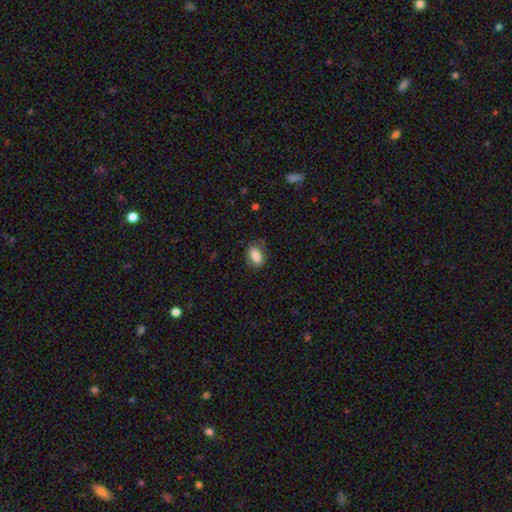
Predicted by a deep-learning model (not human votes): Smooth or featured: smooth — 82% (featured or disk — 10%)
How rounded: in between — 87% (round — 11%)
Merging: none — 73% (minor disturbance — 19%)